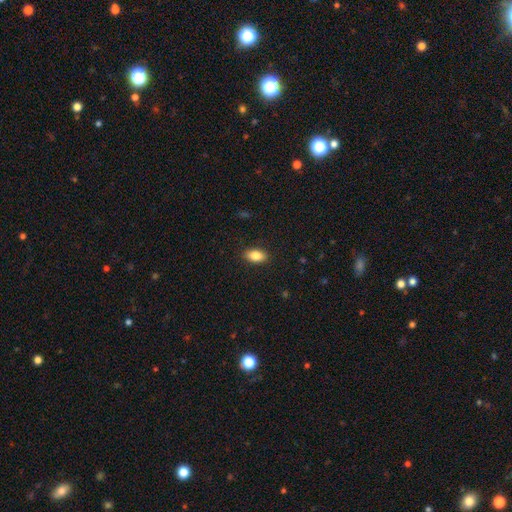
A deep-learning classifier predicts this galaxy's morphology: smooth-or-featured: smooth: 84% | featured or disk: 8% | star or artifact: 8%
  how-rounded: in between: 90% | round: 7% | cigar-shaped: 4%
  merging: none: 89% | minor disturbance: 8% | major disturbance: 2% | merger: 1%